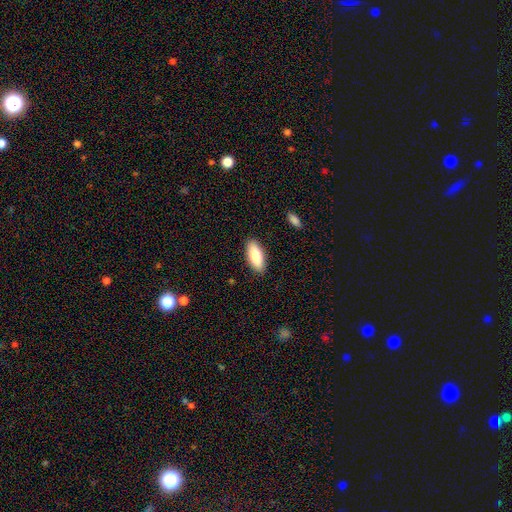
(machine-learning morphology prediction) A smooth galaxy with no disk features (82%) that is in between round and cigar-shaped (80%).

Vote fractions:
- Smooth or featured? smooth: 82% / featured or disk: 12% / star or artifact: 6%
- How rounded? in between: 80% / cigar-shaped: 18% / round: 2%
- Merging? none: 88% / minor disturbance: 9% / major disturbance: 2% / merger: 1%